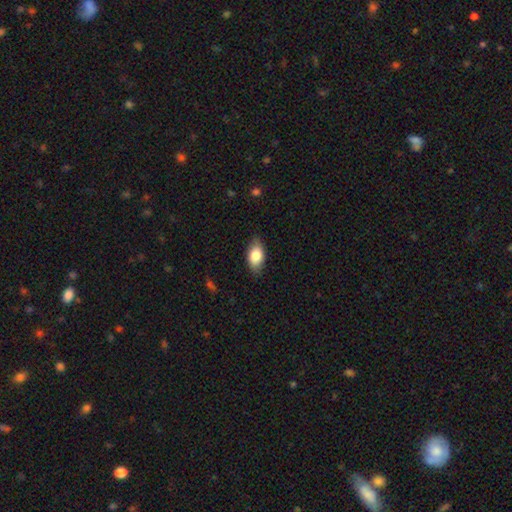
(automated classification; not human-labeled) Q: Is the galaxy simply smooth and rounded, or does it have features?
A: smooth — 82%.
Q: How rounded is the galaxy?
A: in between — 90%.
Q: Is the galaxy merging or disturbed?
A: none — 81%.